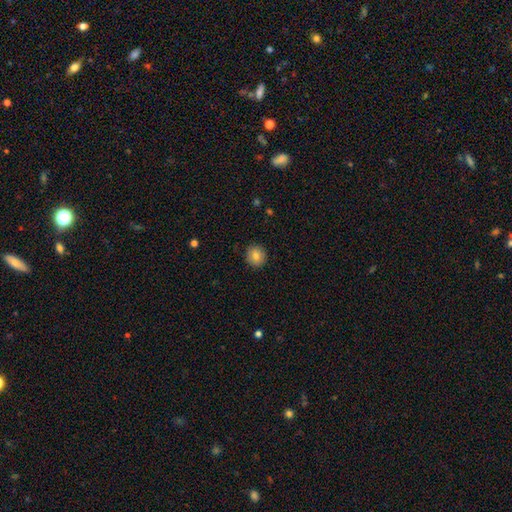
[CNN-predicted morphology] Overall: smooth (80%). How rounded: round (89%). Merging: none (89%).